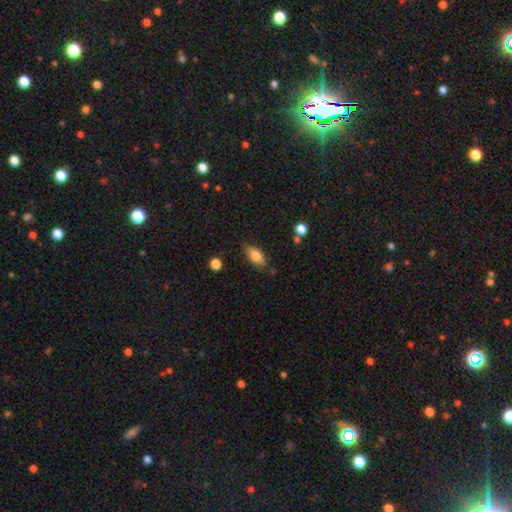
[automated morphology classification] A smooth galaxy with no disk features (76%) that is in between round and cigar-shaped (84%). Merging: none (81%).